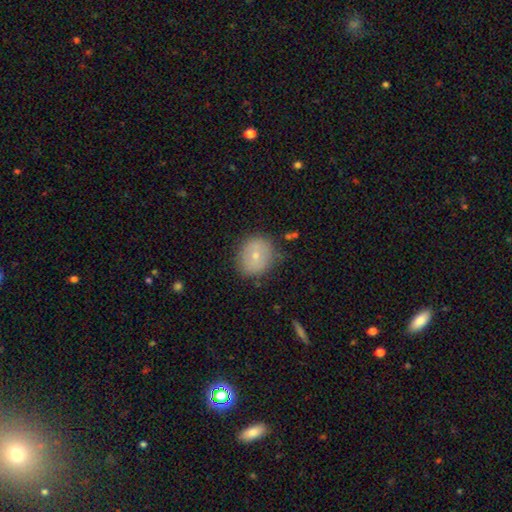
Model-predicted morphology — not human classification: The model was most divided on "smooth or featured": smooth: 65%, featured or disk: 27%, star or artifact: 8%. More confident: merging — none (79%); how rounded — round (78%).